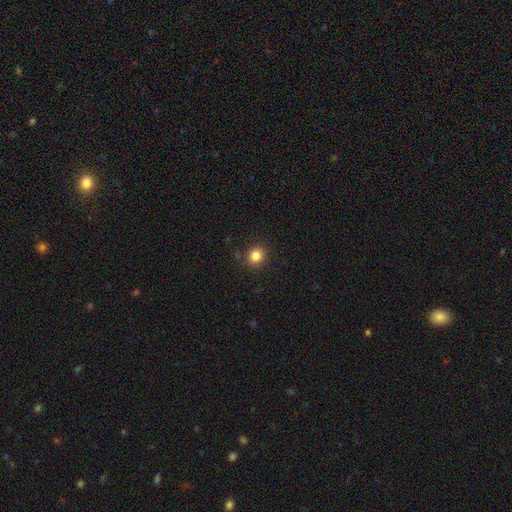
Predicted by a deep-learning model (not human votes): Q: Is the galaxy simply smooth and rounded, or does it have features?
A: smooth — 84%.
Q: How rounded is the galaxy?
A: round — 76%.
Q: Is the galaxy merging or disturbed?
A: none — 87%.